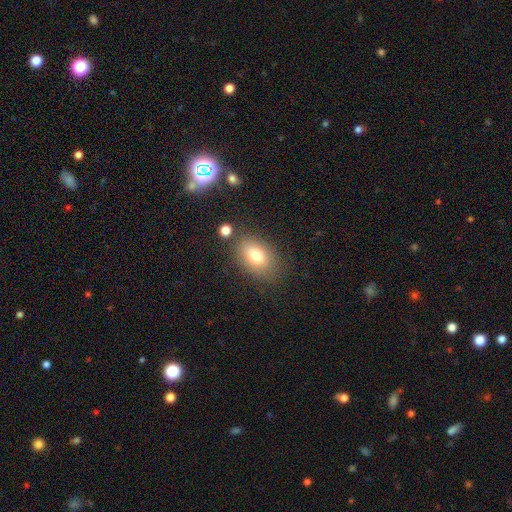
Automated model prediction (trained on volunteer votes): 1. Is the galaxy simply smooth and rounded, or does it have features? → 78% smooth, 12% featured or disk, 10% star or artifact.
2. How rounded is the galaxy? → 81% in between, 17% round, 2% cigar-shaped.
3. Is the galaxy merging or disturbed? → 76% none, 14% minor disturbance, 5% merger, 5% major disturbance.